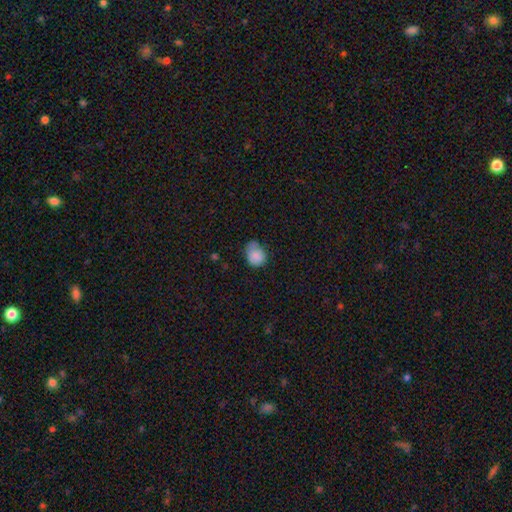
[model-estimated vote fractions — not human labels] Smooth or featured? Predicted: smooth (p=0.84). How rounded? Predicted: round (p=0.52). Merging? Predicted: none (p=0.44).